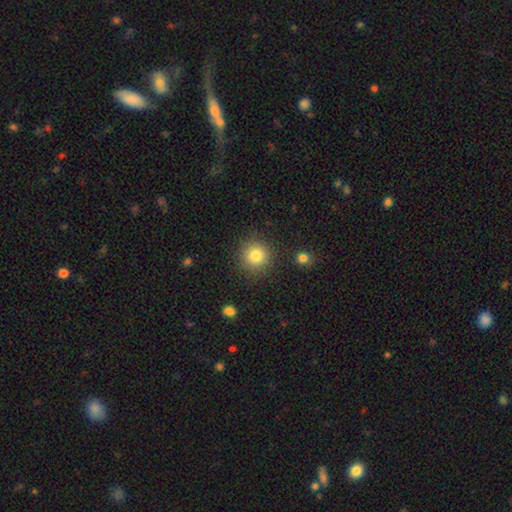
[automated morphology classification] The model was most divided on "smooth or featured": smooth: 82%, star or artifact: 11%, featured or disk: 7%. More confident: how rounded — round (93%); merging — none (87%).